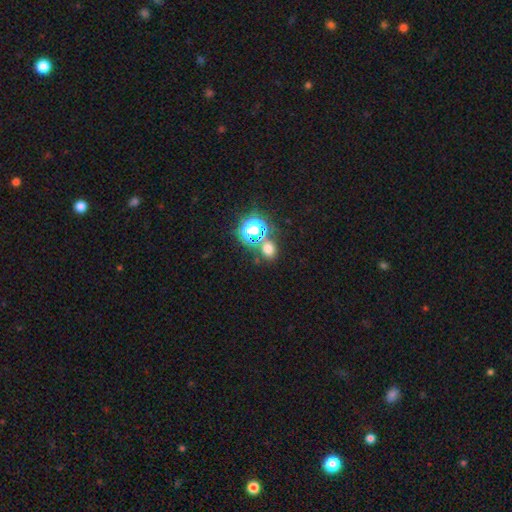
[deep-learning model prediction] smooth-or-featured: star or artifact: 67% | smooth: 25% | featured or disk: 8%